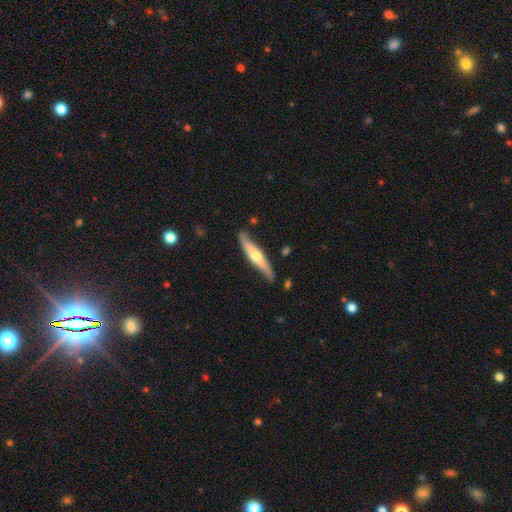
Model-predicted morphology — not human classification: Smooth or featured? Predicted: featured or disk (p=0.55). Edge-on disk? Predicted: yes (p=0.87). Merging? Predicted: none (p=0.80).